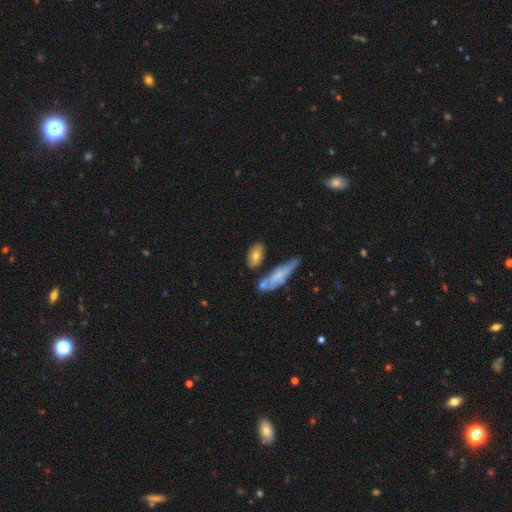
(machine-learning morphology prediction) smooth_or_featured: smooth (p=0.68) [alt: featured or disk p=0.24]
how_rounded: in between (p=0.79) [alt: cigar-shaped p=0.16]
merging: none (p=0.64) [alt: minor disturbance p=0.19]